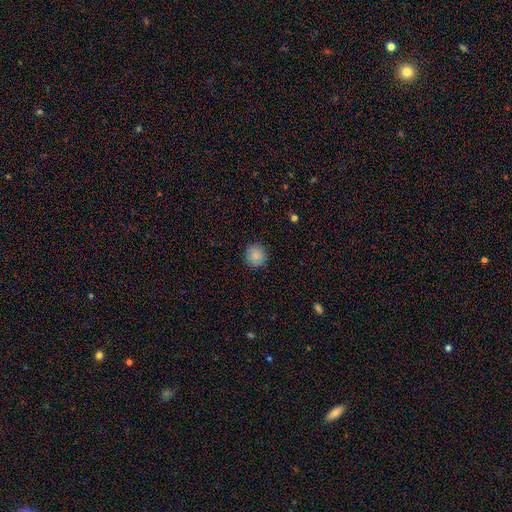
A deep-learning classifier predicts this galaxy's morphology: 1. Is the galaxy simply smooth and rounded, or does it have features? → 83% smooth, 10% star or artifact, 6% featured or disk.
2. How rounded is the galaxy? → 88% round, 11% in between, 1% cigar-shaped.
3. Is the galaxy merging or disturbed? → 87% none, 10% minor disturbance, 2% major disturbance, 1% merger.